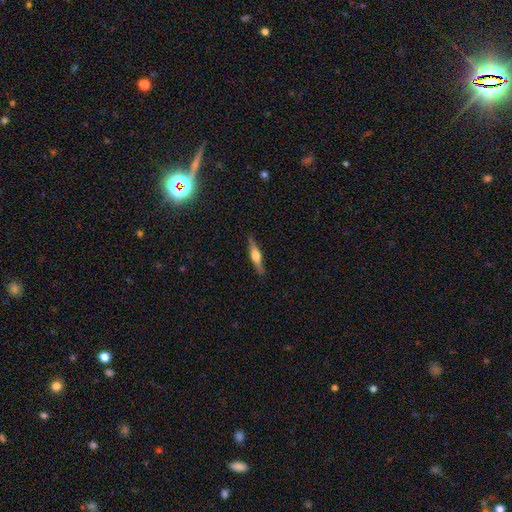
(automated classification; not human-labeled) A featured or disk galaxy (59%) viewed edge-on (96%) with a rounded central bulge (89%).

Vote fractions:
- Smooth or featured? featured or disk: 59% / smooth: 36% / star or artifact: 6%
- Edge-on disk? yes: 96% / no: 4%
- Edge-on bulge? rounded: 89% / boxy: 8% / none: 4%
- Merging? none: 87% / minor disturbance: 10% / major disturbance: 2% / merger: 1%